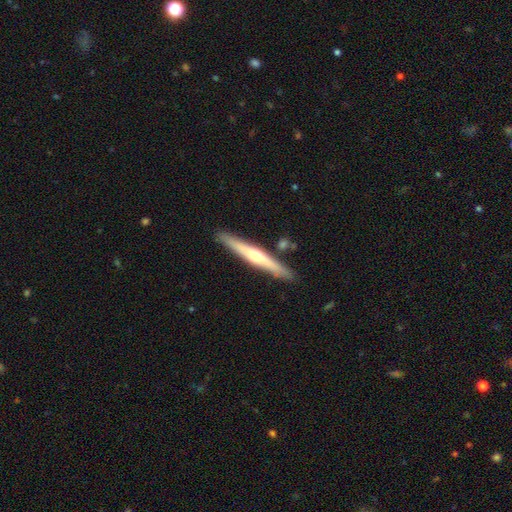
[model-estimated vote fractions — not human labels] smooth-or-featured: featured or disk: 63% | smooth: 32% | star or artifact: 5%
  disk-edge-on: yes: 96% | no: 4%
    edge-on-bulge: rounded: 84% | none: 12% | boxy: 4%
  merging: none: 87% | minor disturbance: 8% | merger: 3% | major disturbance: 2%